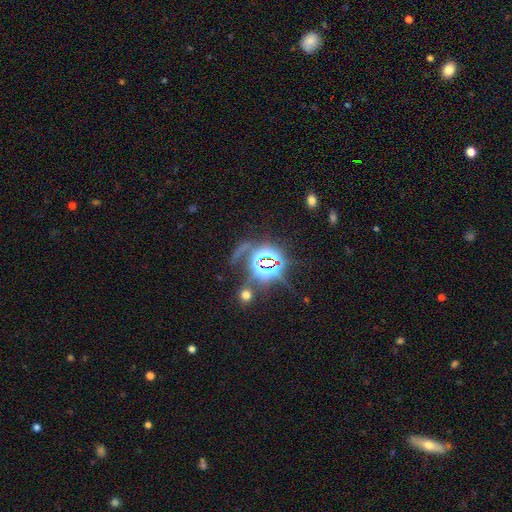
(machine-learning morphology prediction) Smooth or featured?
  - star or artifact: 75% *
  - smooth: 17%
  - featured or disk: 8%